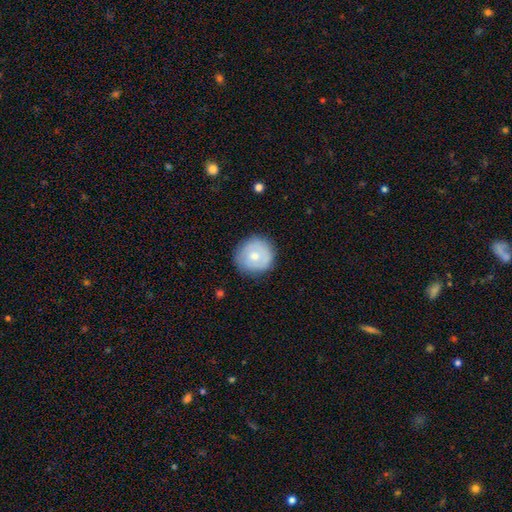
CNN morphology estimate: A smooth galaxy with no disk features (64%) that is round (93%). Merging: none (81%).